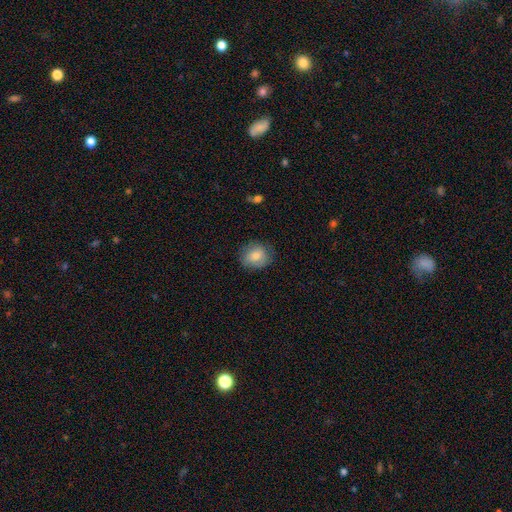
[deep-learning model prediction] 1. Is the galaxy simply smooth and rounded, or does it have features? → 74% smooth, 17% featured or disk, 9% star or artifact.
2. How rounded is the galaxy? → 71% round, 28% in between, 1% cigar-shaped.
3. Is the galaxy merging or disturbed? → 80% none, 15% minor disturbance, 4% major disturbance, 1% merger.